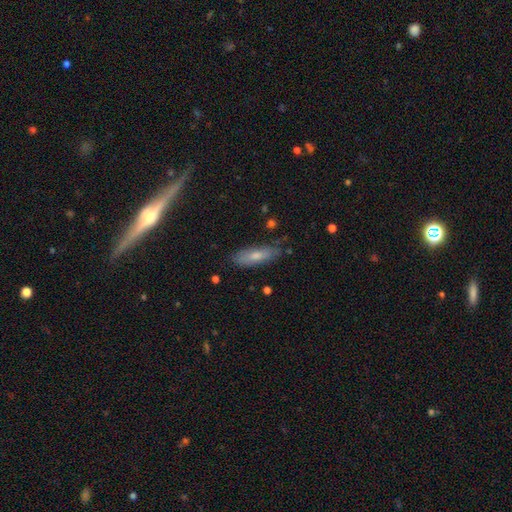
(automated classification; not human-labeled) Smooth or featured: smooth — 66% (featured or disk — 27%)
How rounded: cigar-shaped — 52% (in between — 46%)
Merging: none — 74% (minor disturbance — 20%)